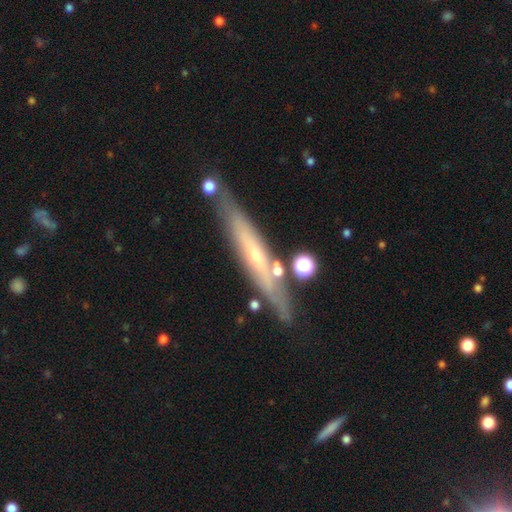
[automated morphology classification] Smooth or featured: featured or disk — 68% (smooth — 25%)
Edge-on disk: yes — 83% (no — 17%)
Edge-on bulge: rounded — 56% (none — 40%)
Merging: none — 79% (minor disturbance — 13%)